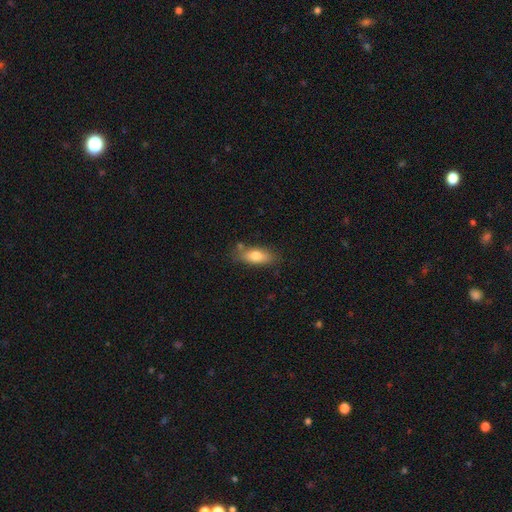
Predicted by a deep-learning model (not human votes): Smooth or featured? Predicted: smooth (p=0.77). How rounded? Predicted: in between (p=0.77). Merging? Predicted: none (p=0.73).